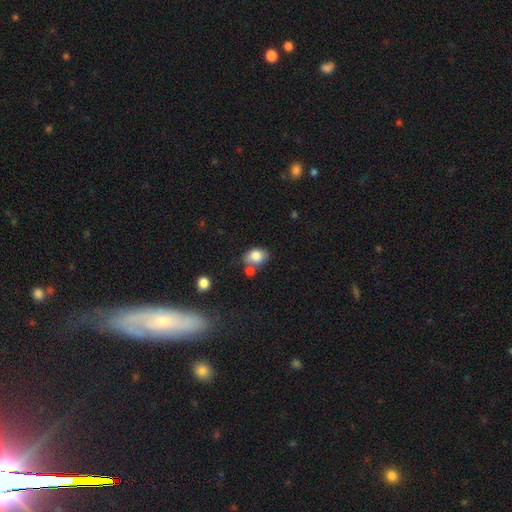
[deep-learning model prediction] smooth-or-featured: smooth: 81% | featured or disk: 10% | star or artifact: 9%
  how-rounded: in between: 72% | round: 27% | cigar-shaped: 1%
  merging: none: 56% | minor disturbance: 20% | merger: 19% | major disturbance: 5%